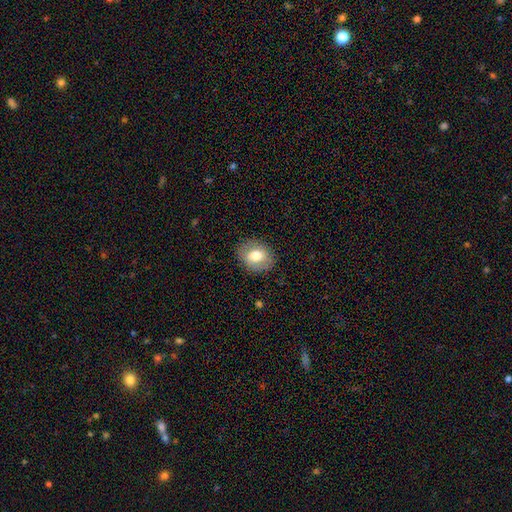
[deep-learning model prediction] Smooth or featured? Predicted: smooth (p=0.72). How rounded? Predicted: in between (p=0.52). Merging? Predicted: none (p=0.85).